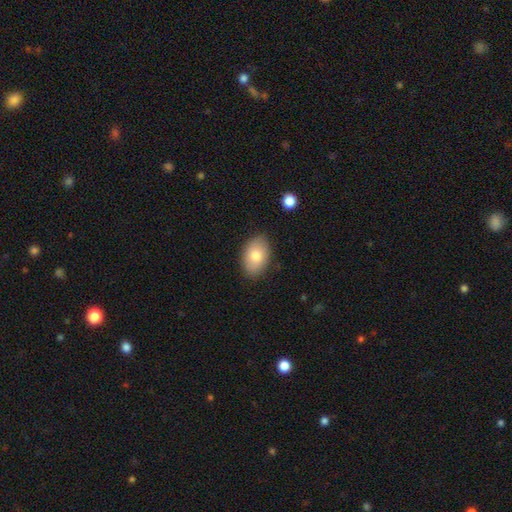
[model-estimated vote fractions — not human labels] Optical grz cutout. It shows a smooth galaxy with no disk features (80%) that is in between round and cigar-shaped (89%). Merging: none (86%).